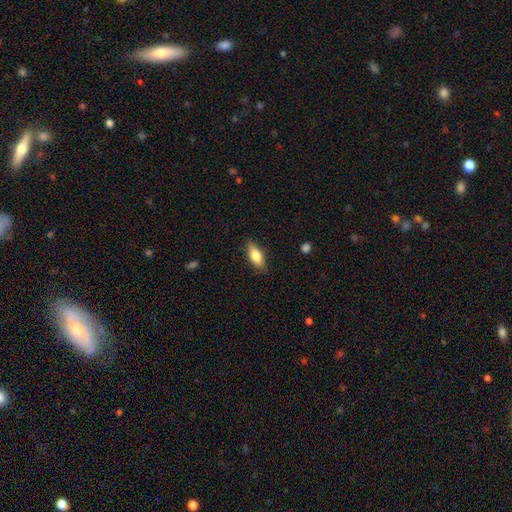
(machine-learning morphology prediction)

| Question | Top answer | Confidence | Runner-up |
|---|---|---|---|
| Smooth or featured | smooth | 74% | featured or disk (20%) |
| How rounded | in between | 75% | cigar-shaped (22%) |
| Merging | none | 82% | minor disturbance (14%) |